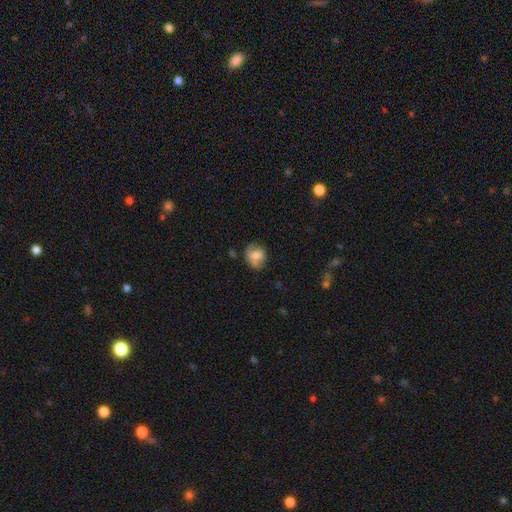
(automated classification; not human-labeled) Q: Smooth or featured?
A: smooth (71%); runner-up: featured or disk (20%)
Q: How rounded?
A: round (64%); runner-up: in between (35%)
Q: Merging?
A: none (61%); runner-up: minor disturbance (27%)